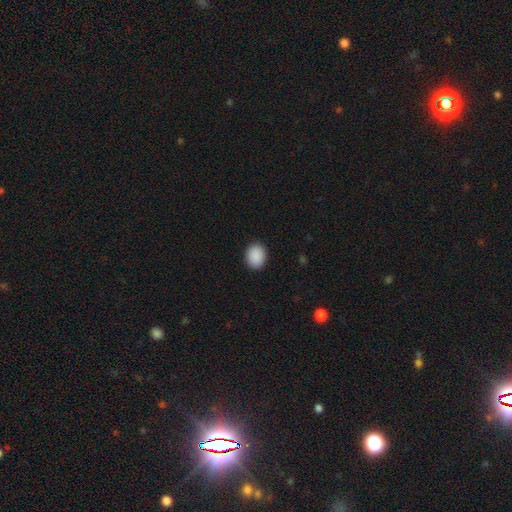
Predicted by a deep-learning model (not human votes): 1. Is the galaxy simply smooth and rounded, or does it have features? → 90% smooth, 7% star or artifact, 2% featured or disk.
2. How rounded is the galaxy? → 52% in between, 47% round, 1% cigar-shaped.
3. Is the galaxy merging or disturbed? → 90% none, 7% minor disturbance, 2% major disturbance, 1% merger.